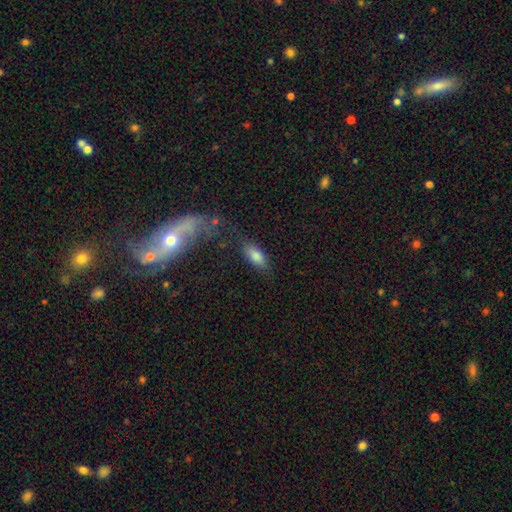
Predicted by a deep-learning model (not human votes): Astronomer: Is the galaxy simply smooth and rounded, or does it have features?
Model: smooth — 80%.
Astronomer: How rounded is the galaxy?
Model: in between — 80%.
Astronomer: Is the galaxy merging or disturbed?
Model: none — 66%.